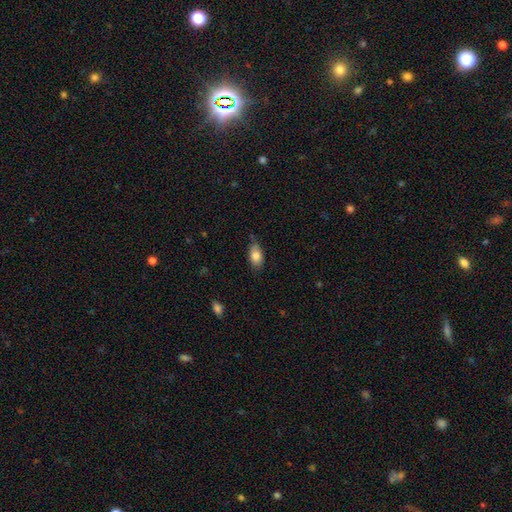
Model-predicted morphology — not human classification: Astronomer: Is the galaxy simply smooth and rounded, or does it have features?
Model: smooth — 82%.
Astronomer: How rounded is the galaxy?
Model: in between — 88%.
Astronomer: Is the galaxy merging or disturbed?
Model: none — 68%.